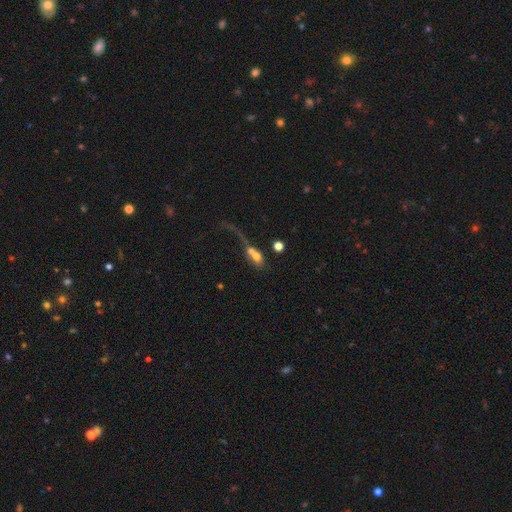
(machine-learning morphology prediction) Smooth or featured: smooth — 59% (featured or disk — 29%)
How rounded: in between — 61% (round — 29%)
Merging: merger — 58% (major disturbance — 19%)